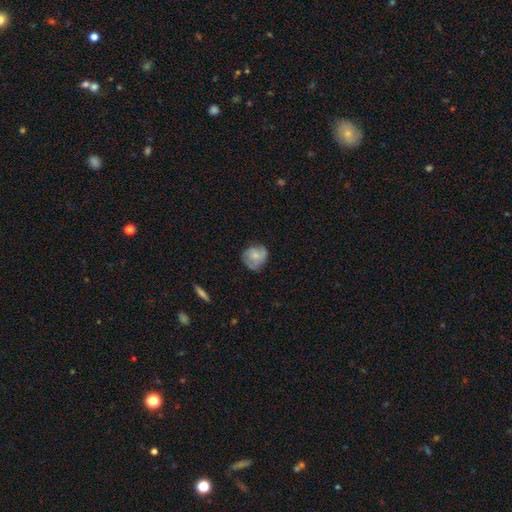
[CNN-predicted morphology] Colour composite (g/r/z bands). It shows a smooth galaxy with no disk features (57%) that is round (76%). Merging: none (61%).